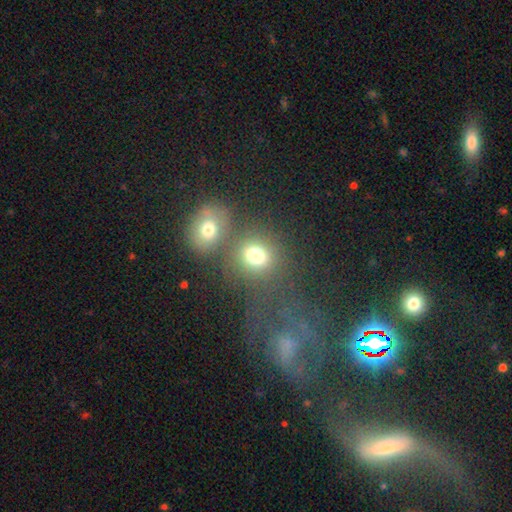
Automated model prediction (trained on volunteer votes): Smooth or featured? smooth (75%)
How rounded? round (72%)
Merging? none (50%)